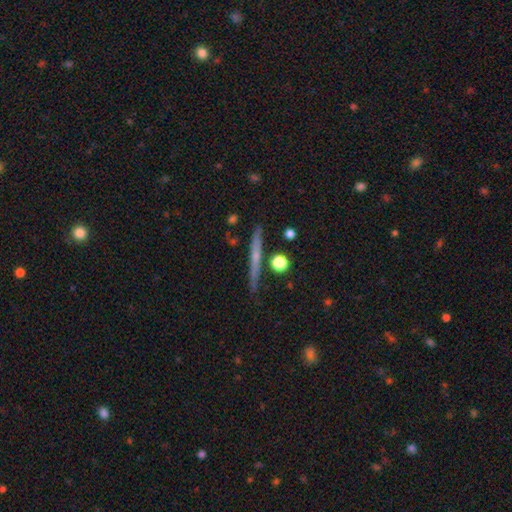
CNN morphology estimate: smooth-or-featured: featured or disk: 55% | smooth: 37% | star or artifact: 8%
  disk-edge-on: yes: 96% | no: 4%
    edge-on-bulge: none: 61% | rounded: 34% | boxy: 5%
  merging: none: 87% | minor disturbance: 8% | merger: 3% | major disturbance: 2%